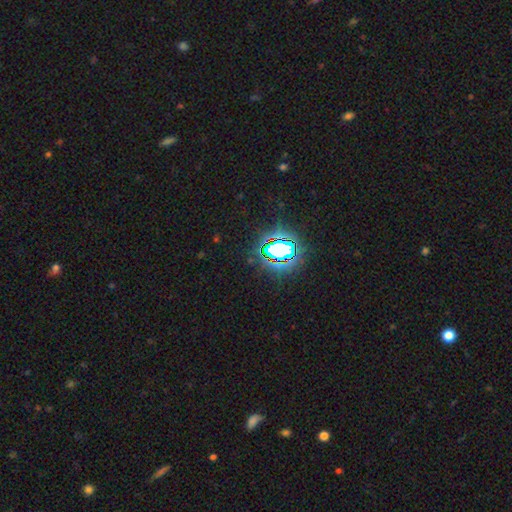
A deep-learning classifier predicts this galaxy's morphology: This appears to be a star or artifact, not a galaxy (80%).